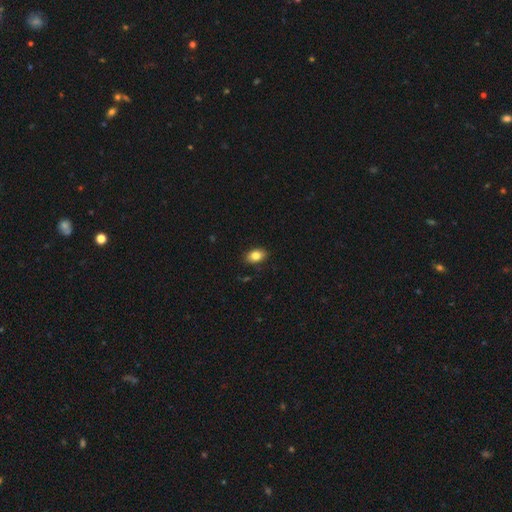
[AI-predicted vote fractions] Q: Smooth or featured?
A: smooth (83%); runner-up: star or artifact (8%)
Q: How rounded?
A: in between (83%); runner-up: round (16%)
Q: Merging?
A: none (87%); runner-up: minor disturbance (10%)